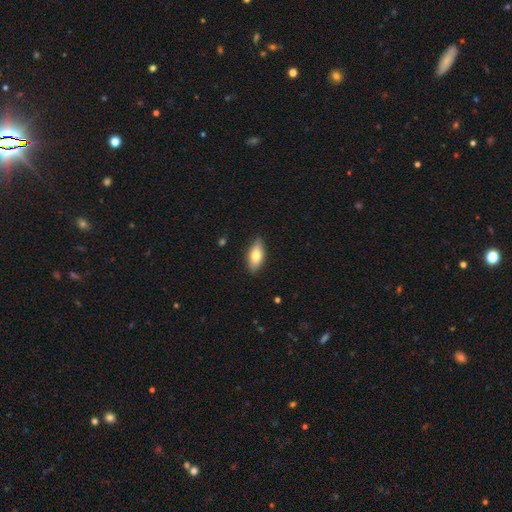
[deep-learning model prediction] Smooth or featured? Predicted: smooth (p=0.73). How rounded? Predicted: in between (p=0.83). Merging? Predicted: none (p=0.85).